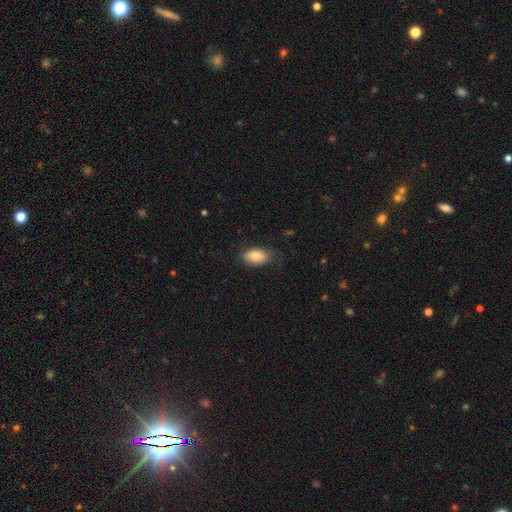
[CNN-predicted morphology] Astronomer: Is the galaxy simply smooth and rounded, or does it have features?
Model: smooth — 81%.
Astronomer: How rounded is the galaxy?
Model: in between — 91%.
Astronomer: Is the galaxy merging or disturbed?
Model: none — 71%.